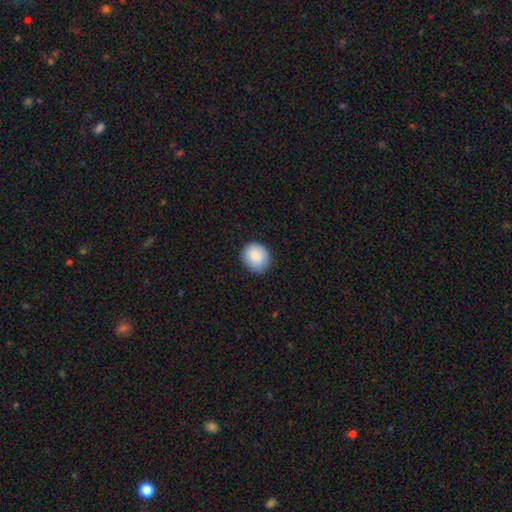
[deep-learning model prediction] Smooth or featured? Predicted: smooth (p=0.87). How rounded? Predicted: round (p=0.78). Merging? Predicted: none (p=0.86).